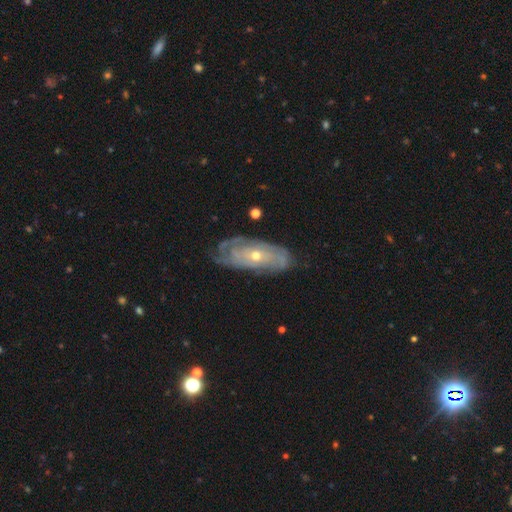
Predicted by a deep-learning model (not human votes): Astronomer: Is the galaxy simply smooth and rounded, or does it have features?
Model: featured or disk — 79%.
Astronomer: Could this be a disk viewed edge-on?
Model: no — 88%.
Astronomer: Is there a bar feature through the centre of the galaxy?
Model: no — 79%.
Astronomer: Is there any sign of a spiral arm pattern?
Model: yes — 86%.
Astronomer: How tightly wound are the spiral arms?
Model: tight — 71%.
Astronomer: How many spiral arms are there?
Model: can't tell — 55%.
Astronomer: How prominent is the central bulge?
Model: small — 54% (runner-up: moderate, 43%).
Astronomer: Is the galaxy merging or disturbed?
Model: none — 70%.